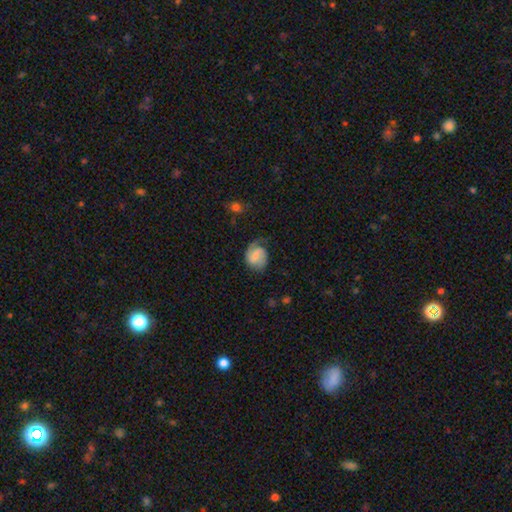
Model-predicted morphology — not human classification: A featured or disk galaxy (62%) with a weak bar (50%), 2 (64%) medium (44%) spiral arms (92%) and no central bulge (49%).

Vote fractions:
- Smooth or featured? featured or disk: 62% / smooth: 31% / star or artifact: 7%
- Edge-on disk? no: 98% / yes: 2%
- Bar? weak: 50% / no: 25% / strong: 25%
- Spiral arms? yes: 92% / no: 8%
- Spiral winding? medium: 44% / tight: 32% / loose: 23%
- Spiral arm count? 2: 64% / 1: 27% / can't tell: 6% / 3: 1% / 4: 1% / more than 4: 1%
- Bulge size? none: 49% / small: 27% / moderate: 16% / large: 6% / dominant: 2%
- Merging? none: 58% / minor disturbance: 26% / major disturbance: 14% / merger: 2%